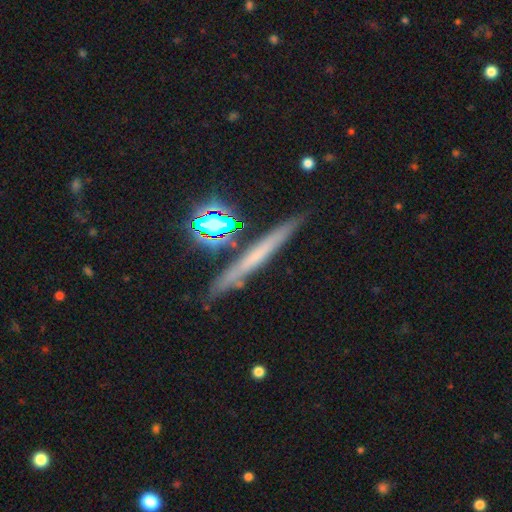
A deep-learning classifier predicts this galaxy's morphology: This is marginally a featured or disk galaxy (41%). Merging: clearly none (83%).